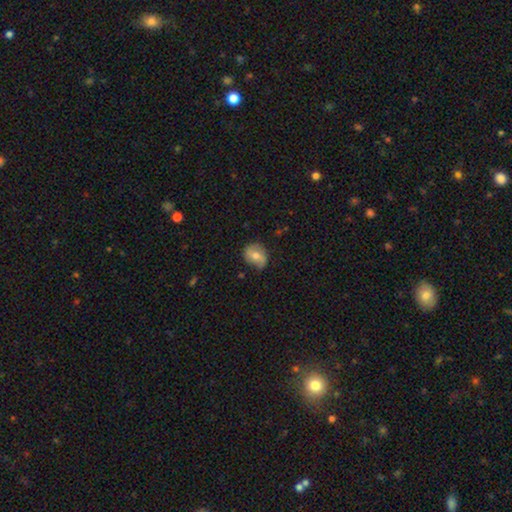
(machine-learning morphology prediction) smooth 61%, featured or disk 31%, star or artifact 8%. Down the decision tree: how rounded — round (55%); merging — none (64%).